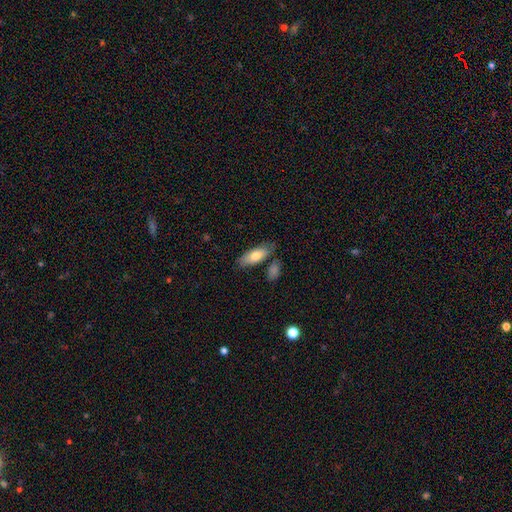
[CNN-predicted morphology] smooth 76%, featured or disk 19%, star or artifact 6%. Down the decision tree: how rounded — in between (76%); merging — none (72%).